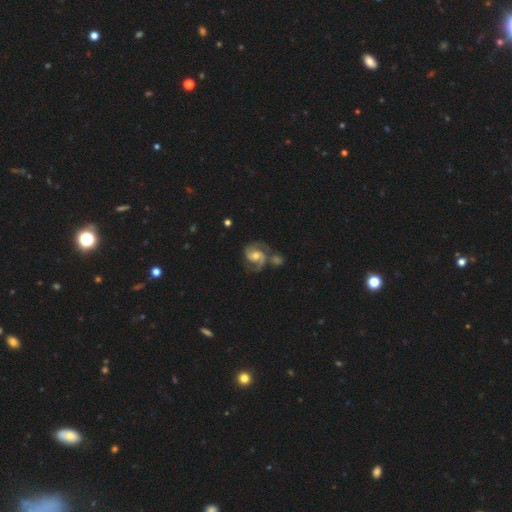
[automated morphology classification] smooth-or-featured: featured or disk: 88% | smooth: 7% | star or artifact: 5%
  disk-edge-on: no: 98% | yes: 2%
    bar: no: 54% | weak: 37% | strong: 9%
    has-spiral-arms: yes: 97% | no: 3%
      spiral-winding: medium: 56% | tight: 28% | loose: 17%
      spiral-arm-count: 2: 89% | can't tell: 3% | 1: 3% | 3: 2% | 4: 1% | more than 4: 1%
    bulge-size: moderate: 61% | small: 29% | large: 6% | none: 2% | dominant: 1%
  merging: none: 51% | merger: 22% | minor disturbance: 17% | major disturbance: 10%